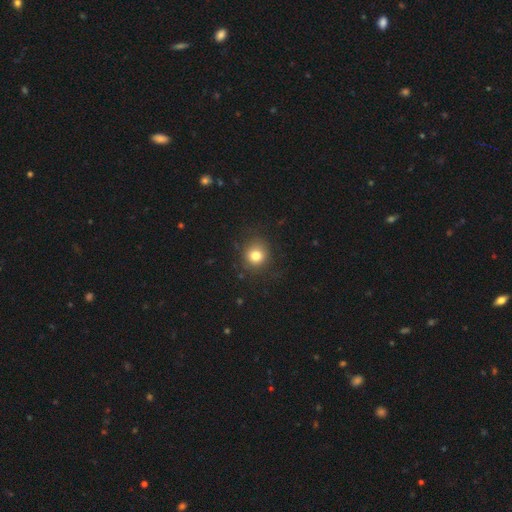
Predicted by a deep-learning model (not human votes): smooth 79%, star or artifact 13%, featured or disk 8%. Down the decision tree: how rounded — round (86%); merging — none (85%).